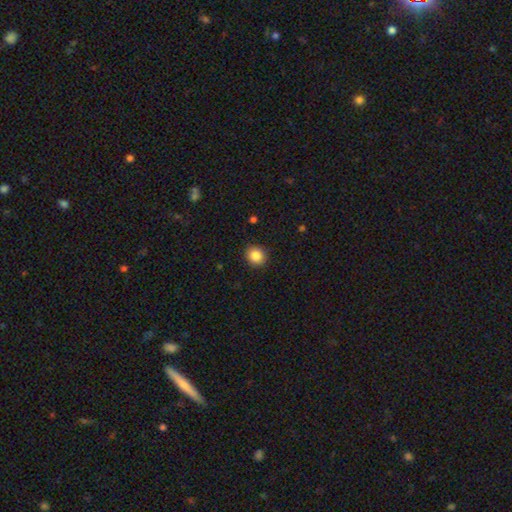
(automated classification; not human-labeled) The model was most divided on "how rounded": round: 80%, in between: 19%, cigar-shaped: 1%. More confident: merging — none (91%); smooth or featured — smooth (86%).